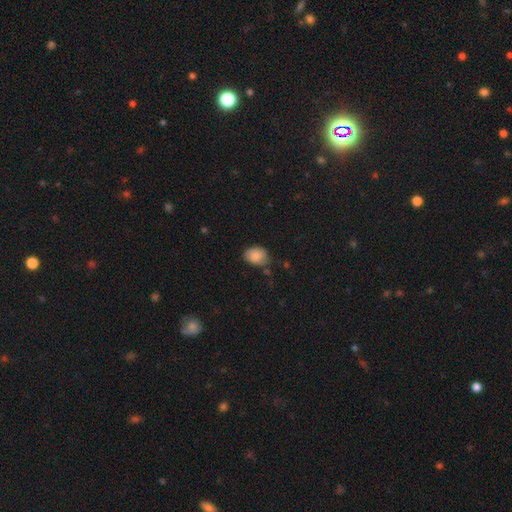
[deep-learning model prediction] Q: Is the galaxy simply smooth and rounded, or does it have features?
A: smooth — 84%.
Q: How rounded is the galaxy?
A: in between — 63%.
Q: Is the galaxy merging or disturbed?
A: none — 67%.